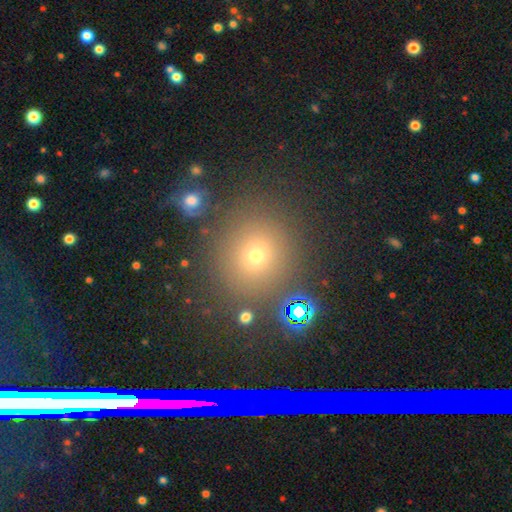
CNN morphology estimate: Smooth or featured?
  - smooth: 67% *
  - star or artifact: 22%
  - featured or disk: 11%
How rounded?
  - round: 87% *
  - in between: 12%
  - cigar-shaped: 1%
Merging?
  - none: 81% *
  - minor disturbance: 10%
  - merger: 5%
  - major disturbance: 5%